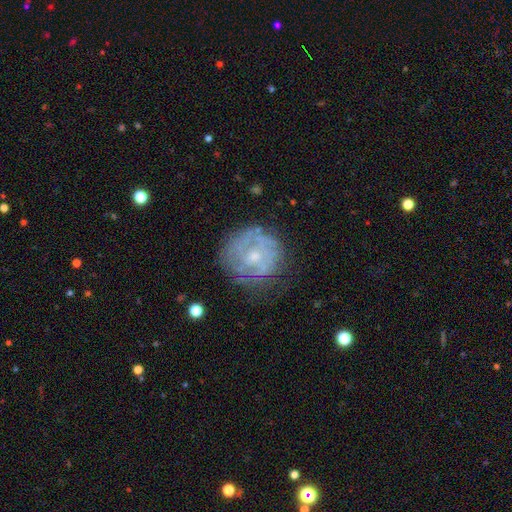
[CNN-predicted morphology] Q: Smooth or featured?
A: featured or disk (72%); runner-up: smooth (20%)
Q: Edge-on disk?
A: no (98%); runner-up: yes (2%)
Q: Bar?
A: no (74%); runner-up: weak (22%)
Q: Spiral arms?
A: yes (70%); runner-up: no (30%)
Q: Bulge size?
A: small (54%); runner-up: moderate (37%)
Q: Merging?
A: none (72%); runner-up: minor disturbance (18%)